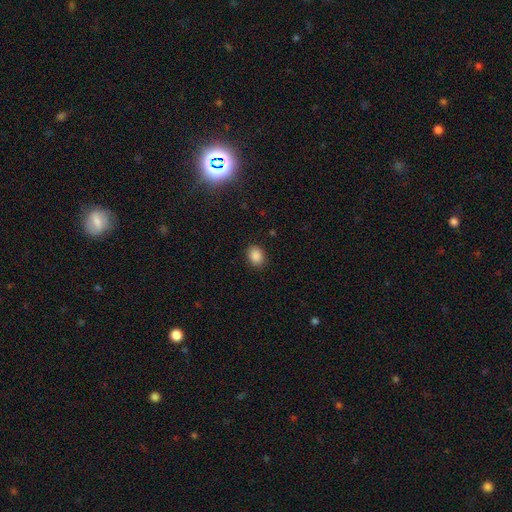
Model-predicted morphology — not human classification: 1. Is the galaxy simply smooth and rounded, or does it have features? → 87% smooth, 10% star or artifact, 3% featured or disk.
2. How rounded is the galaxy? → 59% in between, 40% round, 1% cigar-shaped.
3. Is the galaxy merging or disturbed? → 87% none, 9% minor disturbance, 3% major disturbance, 1% merger.